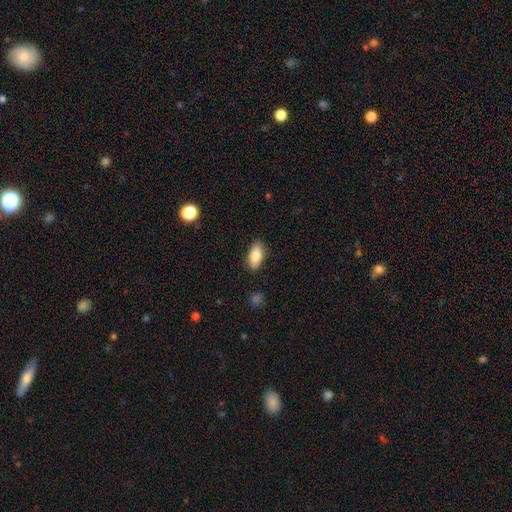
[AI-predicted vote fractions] smooth 85%, featured or disk 8%, star or artifact 7%. Down the decision tree: how rounded — in between (89%); merging — none (86%).